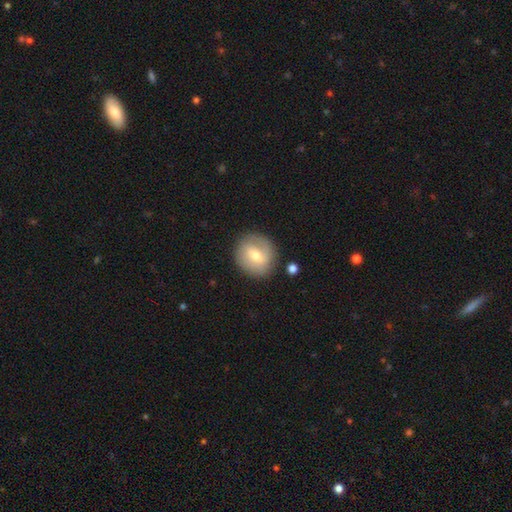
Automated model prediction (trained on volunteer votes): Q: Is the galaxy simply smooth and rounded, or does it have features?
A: smooth — 50%.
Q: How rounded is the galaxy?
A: round — 84%.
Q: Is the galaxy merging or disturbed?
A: none — 82%.